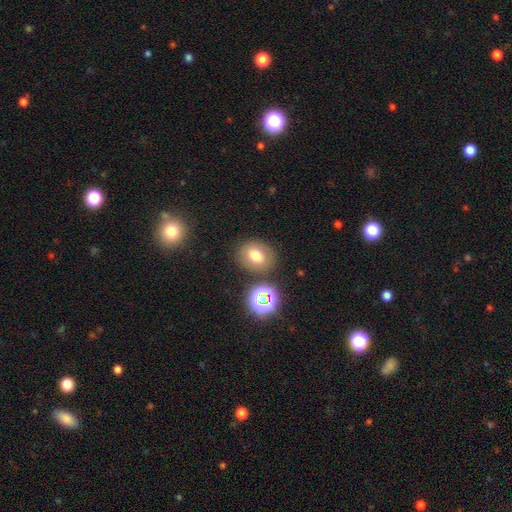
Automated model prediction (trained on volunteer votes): Smooth or featured? Predicted: smooth (p=0.71). How rounded? Predicted: round (p=0.59). Merging? Predicted: none (p=0.80).